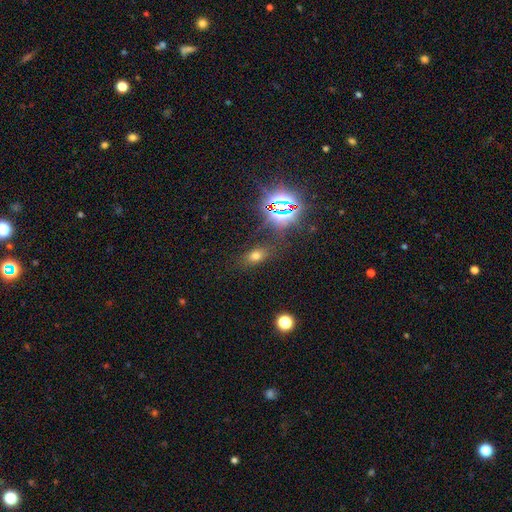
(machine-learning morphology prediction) The model was most divided on "smooth or featured": smooth: 60%, star or artifact: 30%, featured or disk: 10%. More confident: merging — none (80%); how rounded — in between (78%).